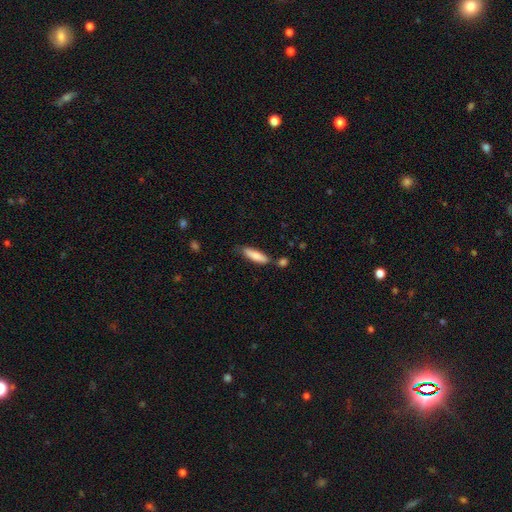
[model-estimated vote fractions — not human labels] Smooth or featured? Predicted: smooth (p=0.82). How rounded? Predicted: cigar-shaped (p=0.67). Merging? Predicted: none (p=0.71).